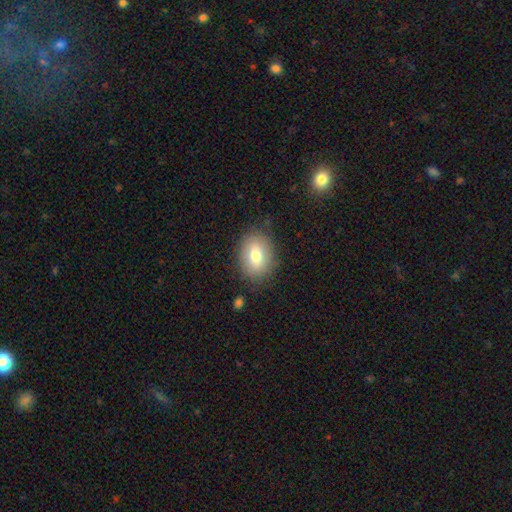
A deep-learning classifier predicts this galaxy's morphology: Smooth or featured: smooth — 73% (featured or disk — 18%)
How rounded: in between — 65% (round — 34%)
Merging: none — 82% (minor disturbance — 13%)